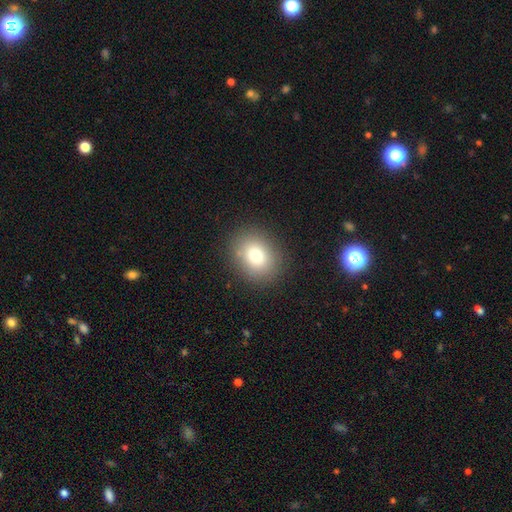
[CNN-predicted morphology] smooth_or_featured: smooth (p=0.76) [alt: star or artifact p=0.12]
how_rounded: round (p=0.57) [alt: in between p=0.42]
merging: none (p=0.86) [alt: minor disturbance p=0.09]